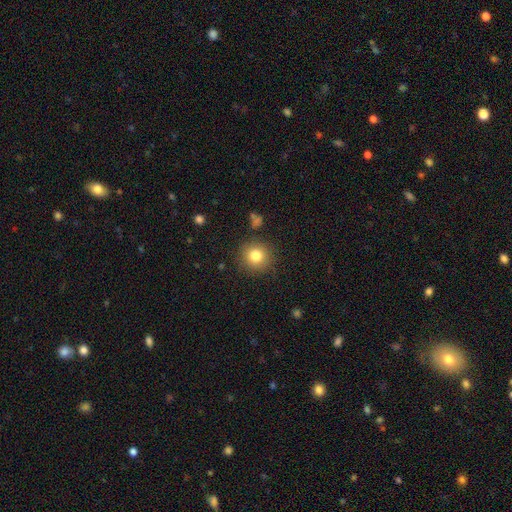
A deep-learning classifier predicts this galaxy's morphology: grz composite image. It shows a smooth galaxy with no disk features (81%) that is round (92%). Merging: none (88%).